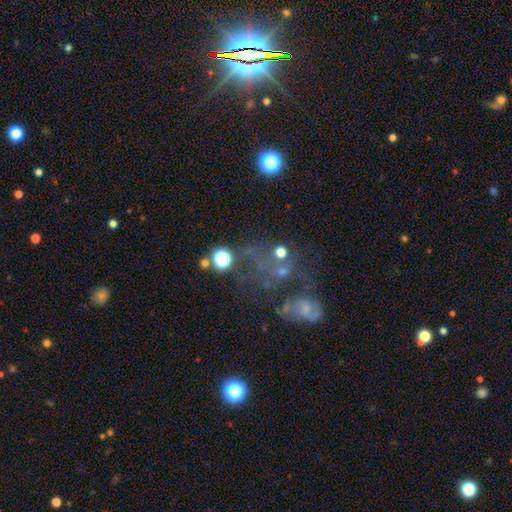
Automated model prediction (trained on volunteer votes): Smooth or featured: star or artifact — 54% (featured or disk — 26%)